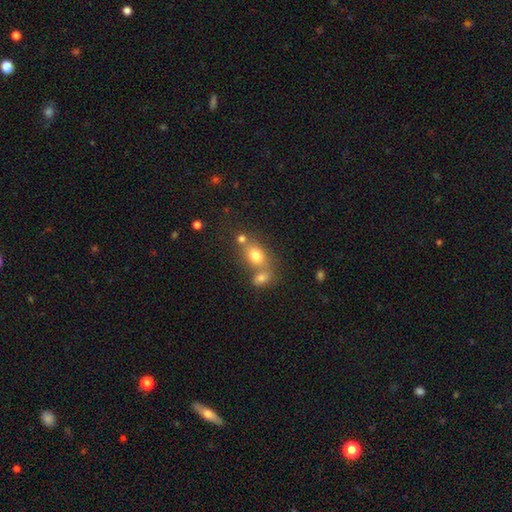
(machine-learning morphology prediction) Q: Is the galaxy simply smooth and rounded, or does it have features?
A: smooth — 76%.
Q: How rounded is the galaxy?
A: in between — 60%.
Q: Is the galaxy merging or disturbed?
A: none — 45%.